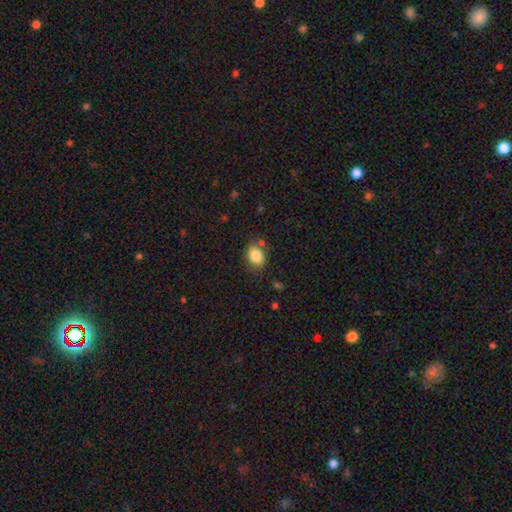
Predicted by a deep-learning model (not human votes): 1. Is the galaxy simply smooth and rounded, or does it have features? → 84% smooth, 9% star or artifact, 7% featured or disk.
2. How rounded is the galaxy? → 64% in between, 35% round, 1% cigar-shaped.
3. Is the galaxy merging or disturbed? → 72% none, 17% minor disturbance, 7% merger, 5% major disturbance.